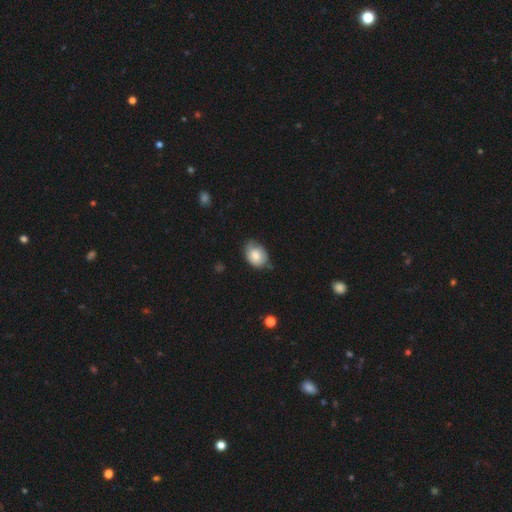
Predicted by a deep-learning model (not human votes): A smooth galaxy with no disk features (78%) that is in between round and cigar-shaped (72%).

Vote fractions:
- Smooth or featured? smooth: 78% / featured or disk: 15% / star or artifact: 7%
- How rounded? in between: 72% / round: 27% / cigar-shaped: 1%
- Merging? none: 58% / minor disturbance: 34% / major disturbance: 6% / merger: 2%